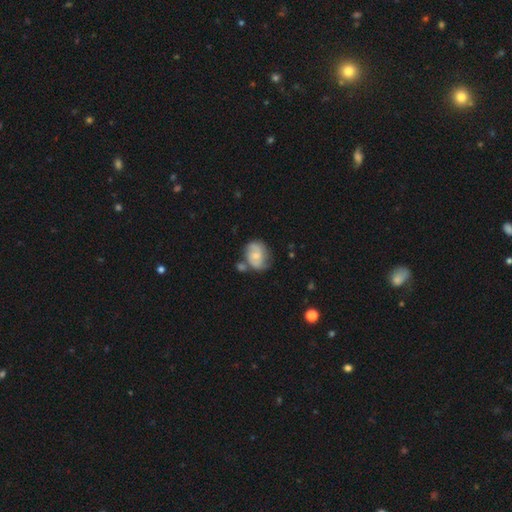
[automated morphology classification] Smooth or featured? Predicted: featured or disk (p=0.51). Edge-on disk? Predicted: no (p=0.97). Merging? Predicted: none (p=0.52).